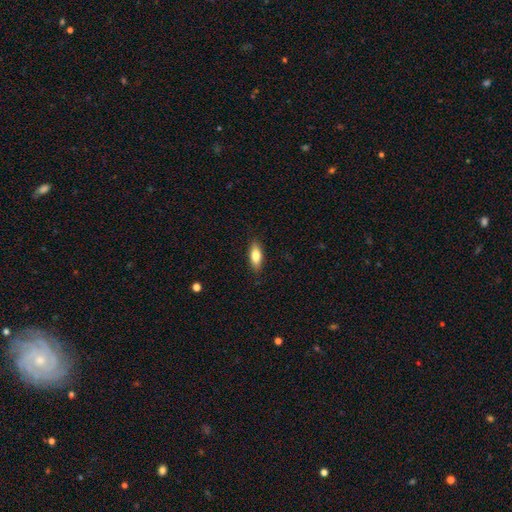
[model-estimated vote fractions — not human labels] smooth 77%, featured or disk 17%, star or artifact 7%. Down the decision tree: how rounded — in between (69%); merging — none (87%).